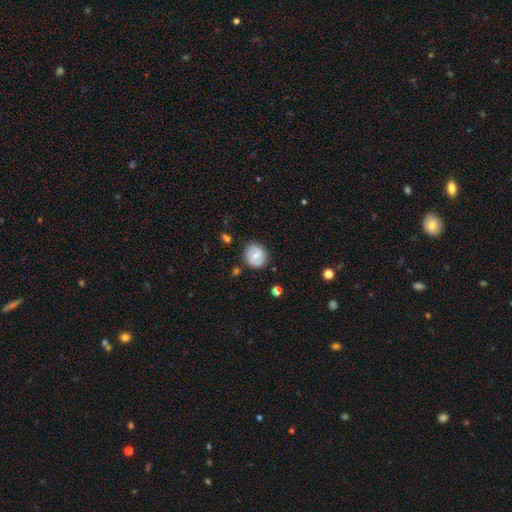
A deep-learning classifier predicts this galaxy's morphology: type=smooth (54%); roundness=round (74%); merging=none (78%).